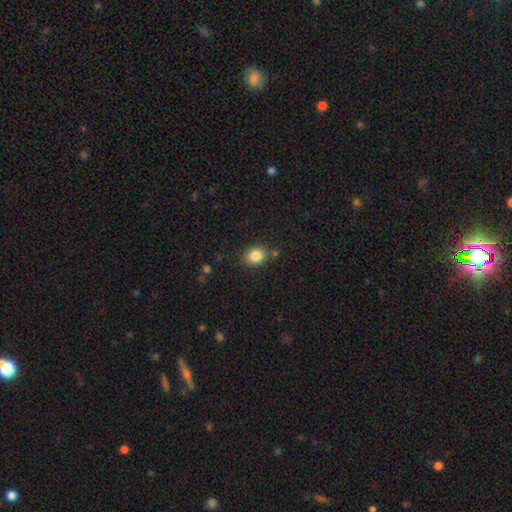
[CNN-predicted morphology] A smooth galaxy with no disk features (85%) that is in between round and cigar-shaped (51%).

Vote fractions:
- Smooth or featured? smooth: 85% / star or artifact: 9% / featured or disk: 5%
- How rounded? in between: 51% / round: 48% / cigar-shaped: 1%
- Merging? none: 80% / minor disturbance: 12% / merger: 5% / major disturbance: 3%